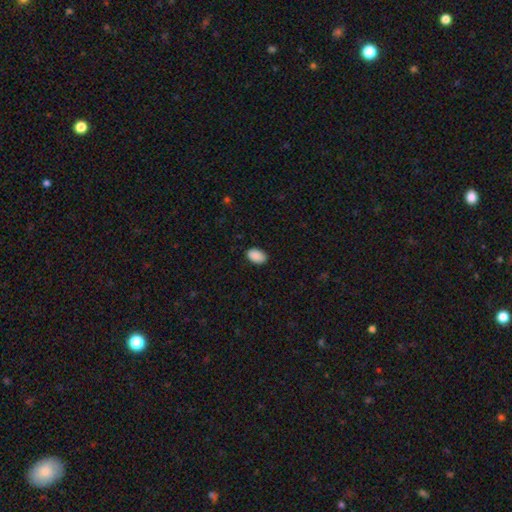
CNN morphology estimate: Smooth or featured? smooth (90%)
How rounded? in between (91%)
Merging? none (87%)